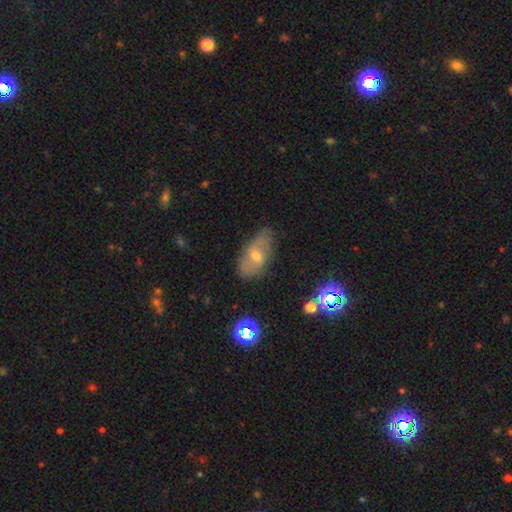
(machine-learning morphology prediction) A featured or disk galaxy (51%).

Vote fractions:
- Smooth or featured? featured or disk: 51% / smooth: 35% / star or artifact: 14%
- Edge-on disk? no: 90% / yes: 10%
- Merging? none: 65% / minor disturbance: 25% / major disturbance: 7% / merger: 2%